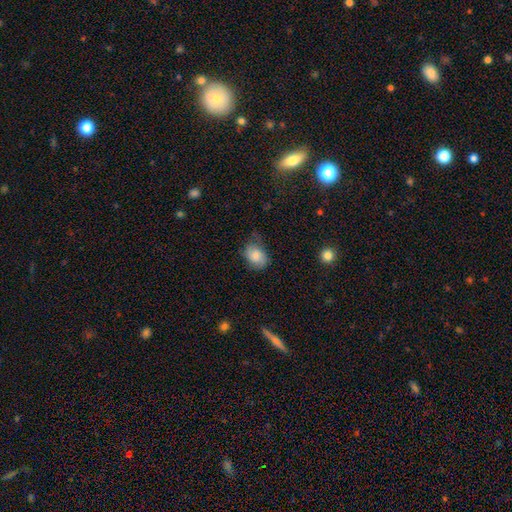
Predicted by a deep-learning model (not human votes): A smooth galaxy with no disk features (78%) that is in between round and cigar-shaped (71%). Merging: none (54%).